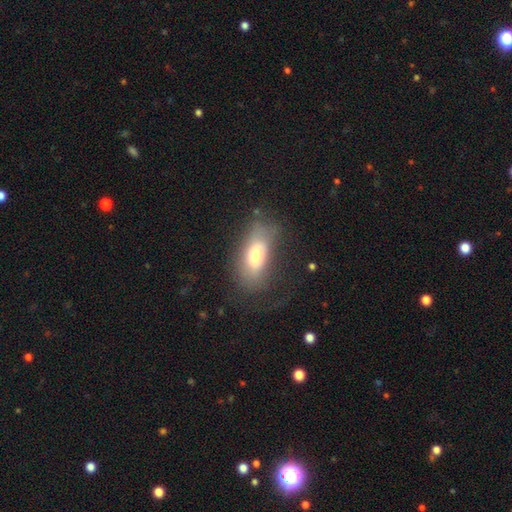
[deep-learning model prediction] This appears to be a smooth galaxy with no disk features (67%) that is in between round and cigar-shaped (85%). Merging: none (52%).